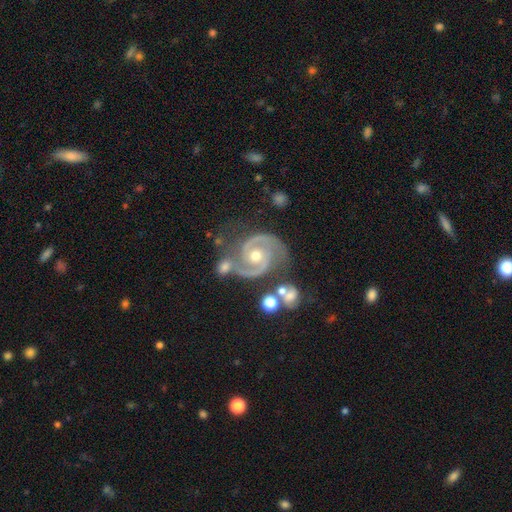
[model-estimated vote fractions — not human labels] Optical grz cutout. It shows a featured or disk galaxy (93%) with no bar (63%), 2 (93%) medium (50%) spiral arms (99%) and a moderate central bulge (72%). Merging: none (64%).